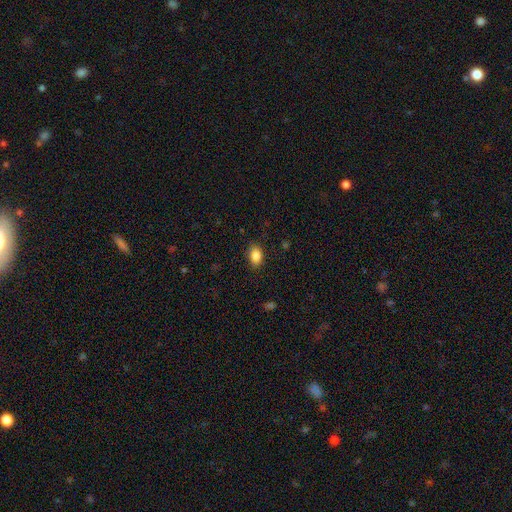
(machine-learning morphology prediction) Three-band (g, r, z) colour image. It shows a smooth galaxy with no disk features (87%) that is in between round and cigar-shaped (86%). Merging: none (87%).